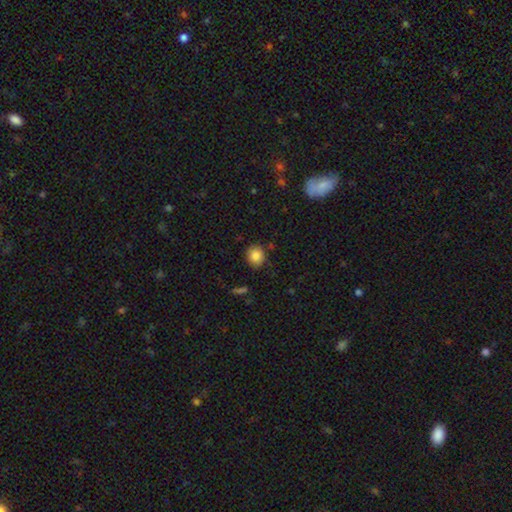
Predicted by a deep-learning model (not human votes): A smooth galaxy with no disk features (85%) that is round (80%). Merging: none (82%).